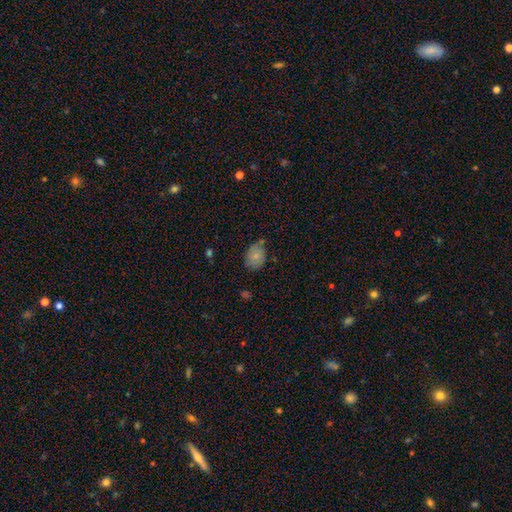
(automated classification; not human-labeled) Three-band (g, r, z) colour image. It shows a smooth galaxy with no disk features (77%) that is in between round and cigar-shaped (73%). Merging: none (57%).